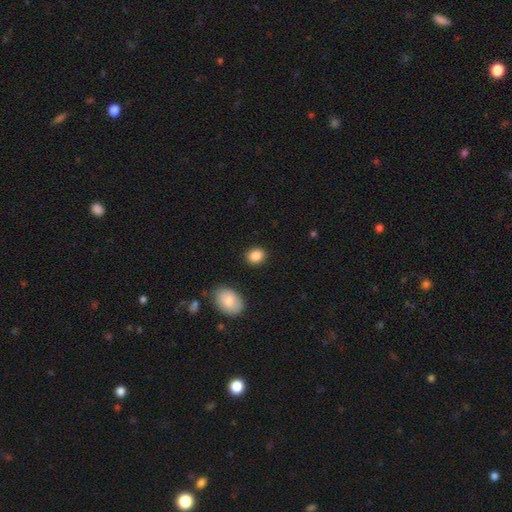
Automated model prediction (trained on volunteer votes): Smooth or featured? Predicted: smooth (p=0.88). How rounded? Predicted: round (p=0.59). Merging? Predicted: none (p=0.88).